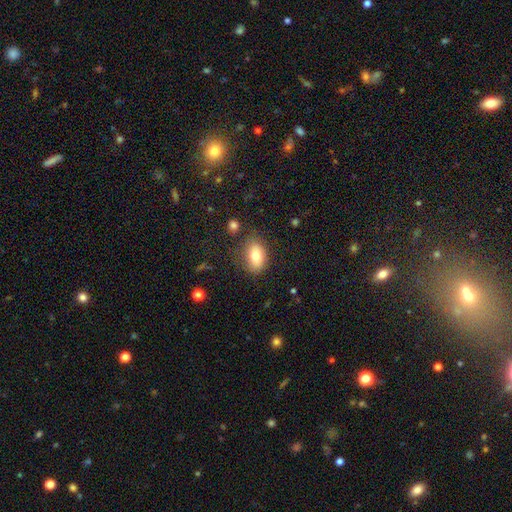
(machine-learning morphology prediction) A smooth galaxy with no disk features (79%) that is in between round and cigar-shaped (86%).

Vote fractions:
- Smooth or featured? smooth: 79% / featured or disk: 13% / star or artifact: 9%
- How rounded? in between: 86% / round: 11% / cigar-shaped: 2%
- Merging? none: 73% / minor disturbance: 19% / major disturbance: 5% / merger: 3%